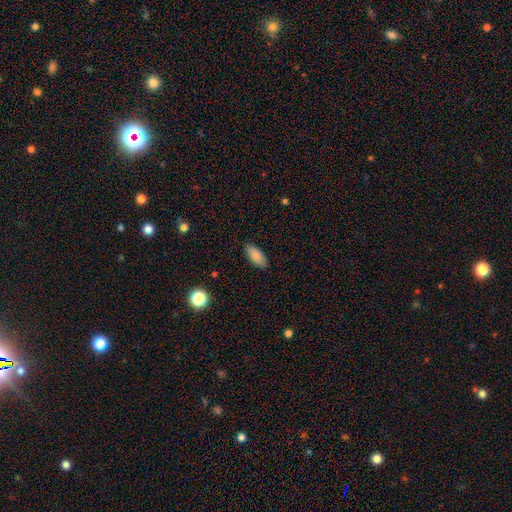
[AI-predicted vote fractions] Smooth or featured?
  - smooth: 86% *
  - star or artifact: 7%
  - featured or disk: 7%
How rounded?
  - in between: 86% *
  - cigar-shaped: 12%
  - round: 2%
Merging?
  - none: 87% *
  - minor disturbance: 10%
  - major disturbance: 2%
  - merger: 1%